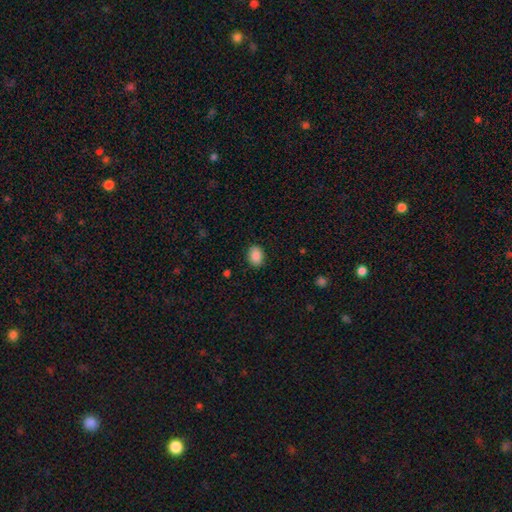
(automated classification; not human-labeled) A smooth galaxy with no disk features (87%) that is in between round and cigar-shaped (64%).

Vote fractions:
- Smooth or featured? smooth: 87% / star or artifact: 8% / featured or disk: 5%
- How rounded? in between: 64% / round: 36% / cigar-shaped: 1%
- Merging? none: 89% / minor disturbance: 8% / major disturbance: 2% / merger: 1%